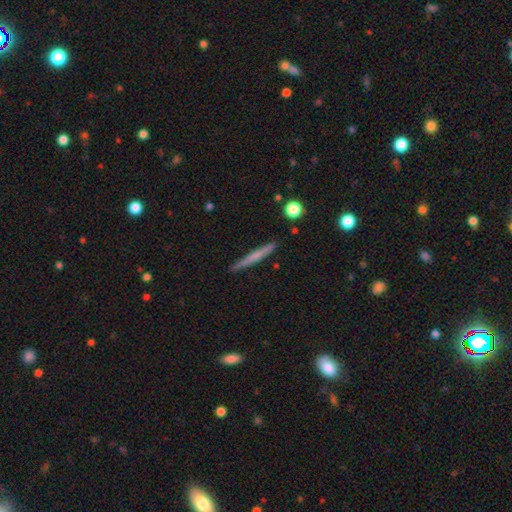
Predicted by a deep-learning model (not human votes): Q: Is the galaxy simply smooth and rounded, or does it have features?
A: smooth — 52%.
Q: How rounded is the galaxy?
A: cigar-shaped — 96%.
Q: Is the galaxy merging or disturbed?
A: none — 91%.